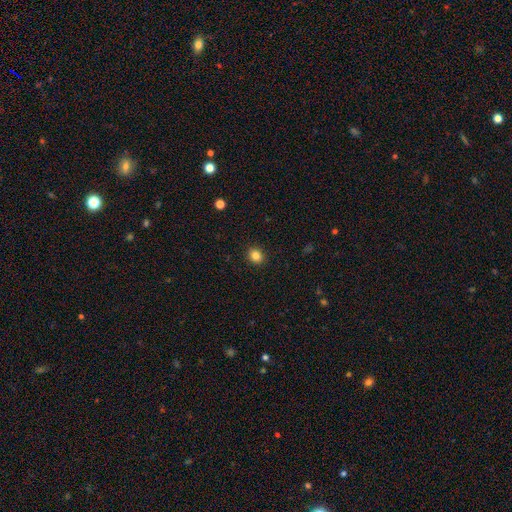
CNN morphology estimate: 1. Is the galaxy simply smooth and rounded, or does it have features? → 85% smooth, 11% star or artifact, 5% featured or disk.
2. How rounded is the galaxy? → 66% round, 33% in between, 1% cigar-shaped.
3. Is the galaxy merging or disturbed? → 91% none, 6% minor disturbance, 2% major disturbance, 1% merger.